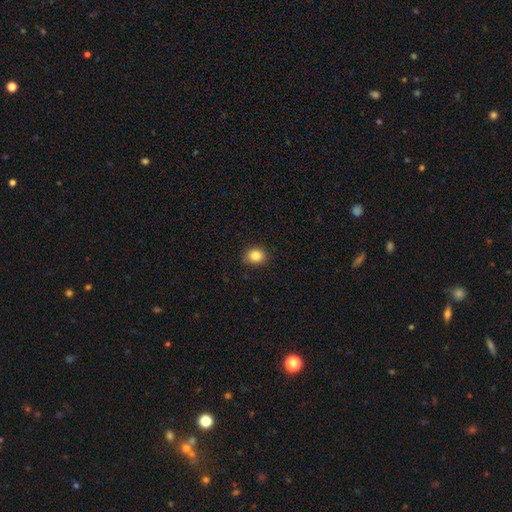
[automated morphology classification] Smooth or featured? Predicted: smooth (p=0.85). How rounded? Predicted: round (p=0.58). Merging? Predicted: none (p=0.86).